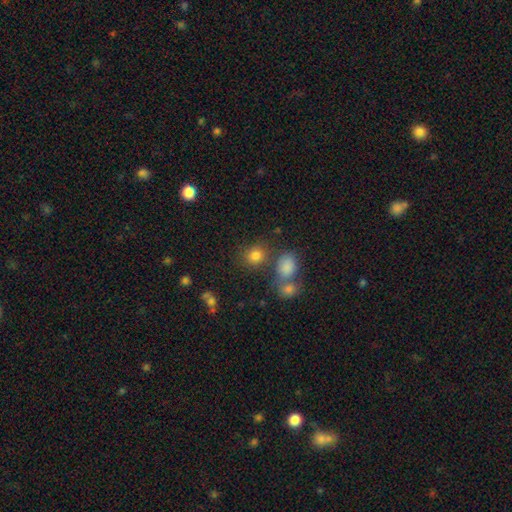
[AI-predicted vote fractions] Smooth or featured? Predicted: smooth (p=0.79). How rounded? Predicted: round (p=0.72). Merging? Predicted: none (p=0.65).